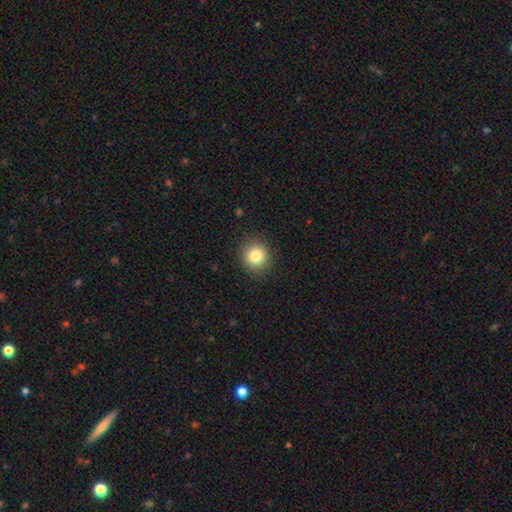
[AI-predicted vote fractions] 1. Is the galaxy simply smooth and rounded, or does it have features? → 83% smooth, 10% star or artifact, 6% featured or disk.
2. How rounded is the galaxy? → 88% round, 11% in between, 1% cigar-shaped.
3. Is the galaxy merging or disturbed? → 89% none, 8% minor disturbance, 3% major disturbance, 1% merger.